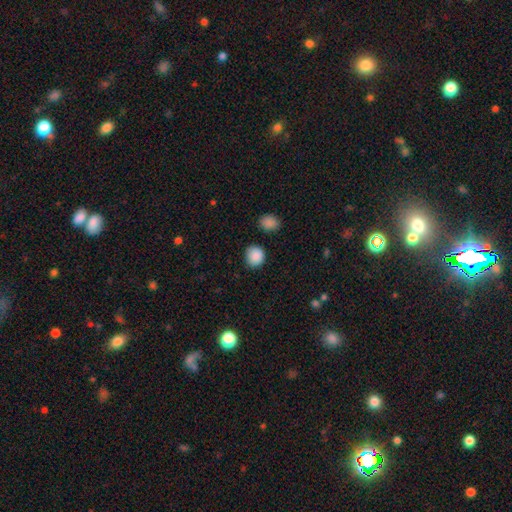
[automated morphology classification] A smooth galaxy with no disk features (89%) that is round (85%). Merging: none (85%).